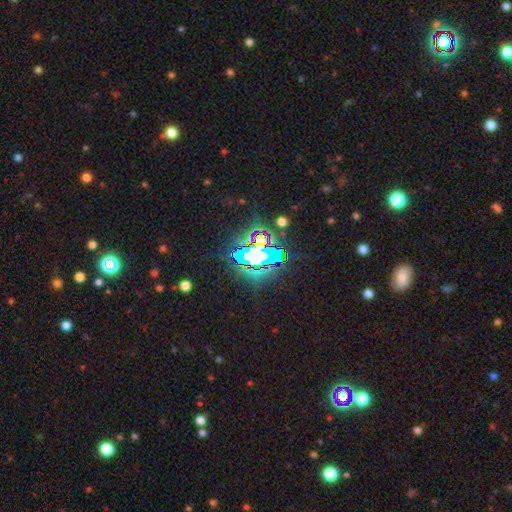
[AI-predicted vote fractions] A star or artifact, not a galaxy (72%).

Vote fractions:
- Smooth or featured? star or artifact: 72% / smooth: 14% / featured or disk: 14%